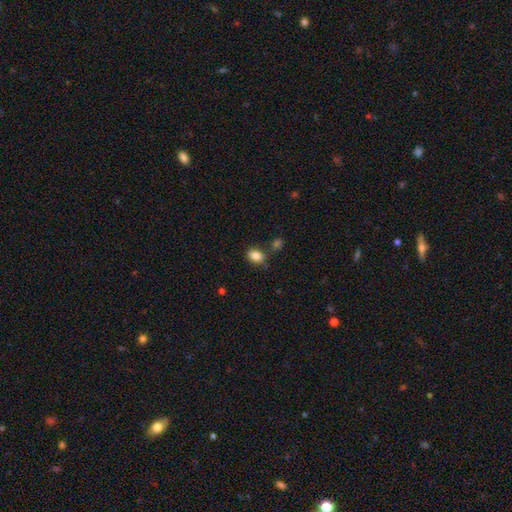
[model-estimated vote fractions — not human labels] Smooth or featured: smooth — 84% (star or artifact — 10%)
How rounded: in between — 76% (round — 23%)
Merging: none — 71% (minor disturbance — 16%)